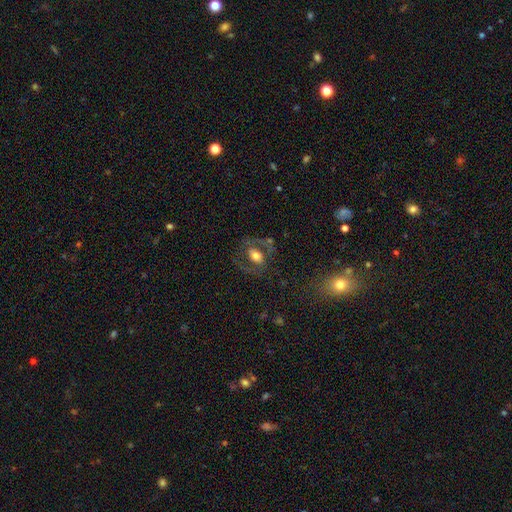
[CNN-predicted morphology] A featured or disk galaxy (47%). Merging: none (63%).